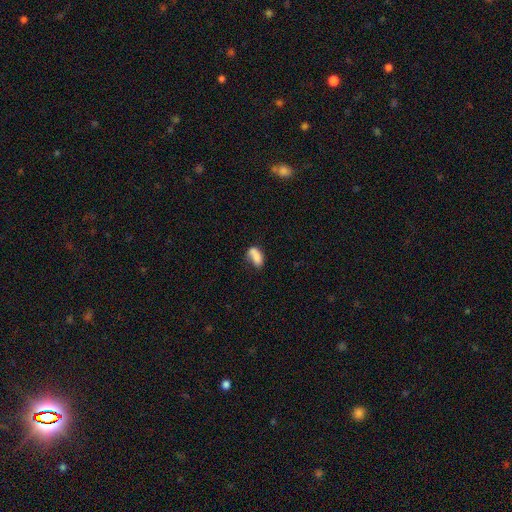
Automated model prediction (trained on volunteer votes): Smooth or featured?
  - smooth: 76% *
  - featured or disk: 15%
  - star or artifact: 9%
How rounded?
  - in between: 86% *
  - cigar-shaped: 8%
  - round: 6%
Merging?
  - none: 40% *
  - minor disturbance: 25%
  - merger: 20%
  - major disturbance: 14%